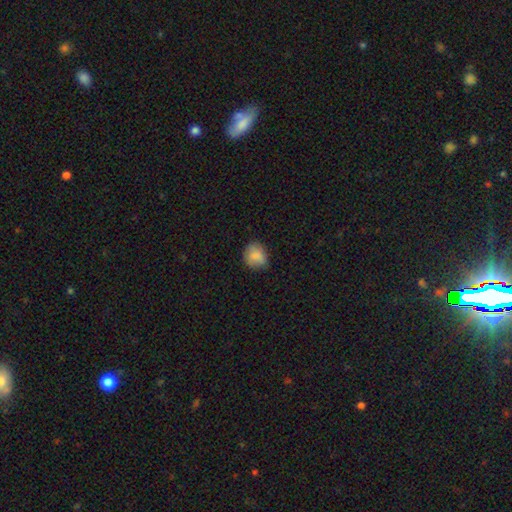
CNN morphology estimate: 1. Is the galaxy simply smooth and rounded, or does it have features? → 84% smooth, 8% star or artifact, 8% featured or disk.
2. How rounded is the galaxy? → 75% round, 24% in between, 1% cigar-shaped.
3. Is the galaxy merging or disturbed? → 72% none, 22% minor disturbance, 5% major disturbance, 1% merger.